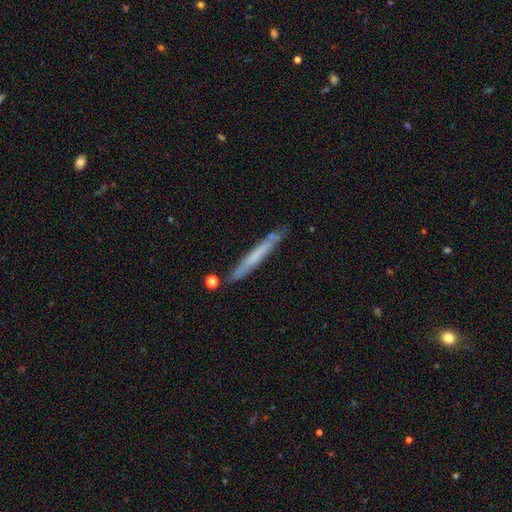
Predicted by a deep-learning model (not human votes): Morphology: type=smooth (52%); roundness=cigar-shaped (96%); merging=none (81%).